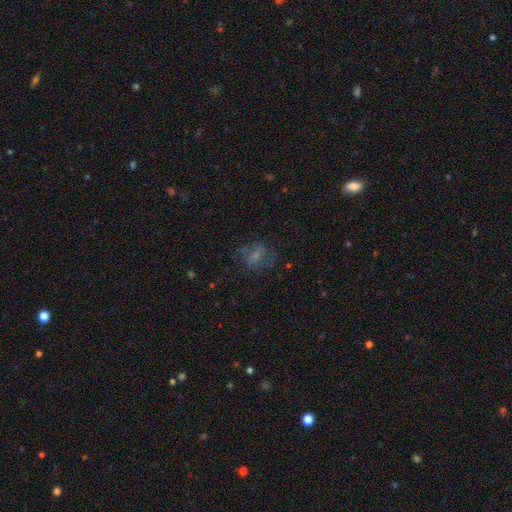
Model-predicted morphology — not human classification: A smooth galaxy with no disk features (50%) that is round (55%).

Vote fractions:
- Smooth or featured? smooth: 50% / featured or disk: 34% / star or artifact: 15%
- How rounded? round: 55% / in between: 43% / cigar-shaped: 2%
- Merging? none: 60% / minor disturbance: 20% / major disturbance: 18% / merger: 2%